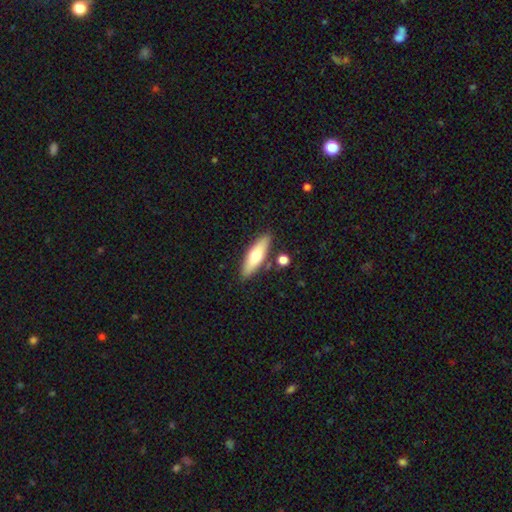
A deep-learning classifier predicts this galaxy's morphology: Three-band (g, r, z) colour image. It shows a smooth galaxy with no disk features (63%) that is cigar-shaped (57%). Merging: none (82%).